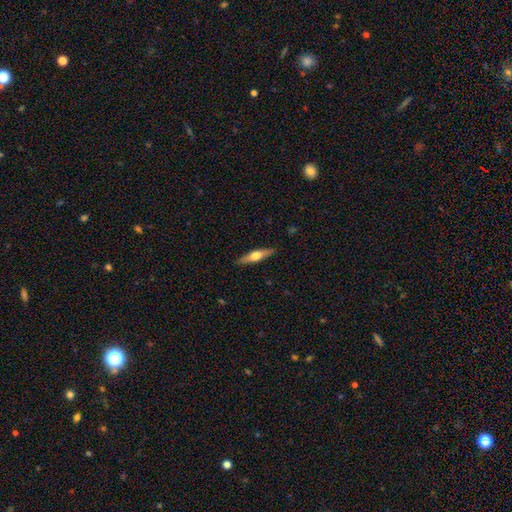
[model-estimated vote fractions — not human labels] Morphology: type=featured or disk (52%); edge-on=yes (94%); merging=none (89%).